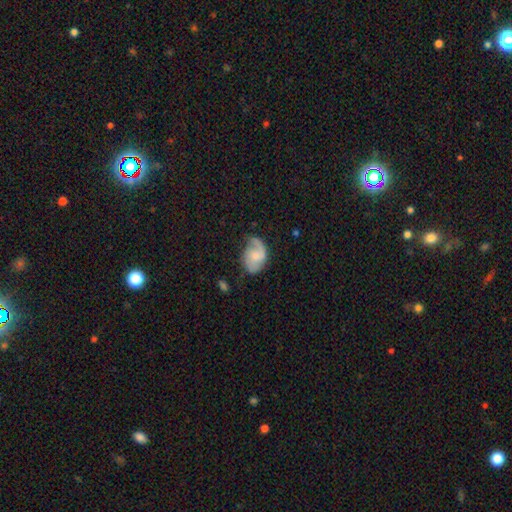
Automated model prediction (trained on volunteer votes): Smooth or featured?
  - featured or disk: 64% *
  - smooth: 30%
  - star or artifact: 6%
Edge-on disk?
  - no: 97% *
  - yes: 3%
Bar?
  - no: 67% *
  - weak: 28%
  - strong: 5%
Spiral arms?
  - yes: 89% *
  - no: 11%
Spiral winding?
  - medium: 41% *
  - loose: 38%
  - tight: 21%
Spiral arm count?
  - 2: 59% *
  - 1: 29%
  - can't tell: 9%
  - 3: 2%
  - 4: 1%
  - more than 4: 1%
Bulge size?
  - small: 54% *
  - moderate: 35%
  - none: 7%
  - large: 3%
  - dominant: 1%
Merging?
  - none: 52% *
  - minor disturbance: 29%
  - major disturbance: 17%
  - merger: 2%